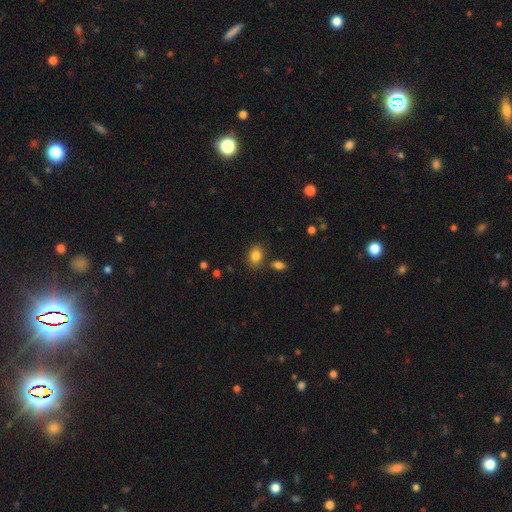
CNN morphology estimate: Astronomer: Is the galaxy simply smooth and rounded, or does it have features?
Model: smooth — 85%.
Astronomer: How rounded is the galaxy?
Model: in between — 71%.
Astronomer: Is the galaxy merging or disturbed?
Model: none — 76%.